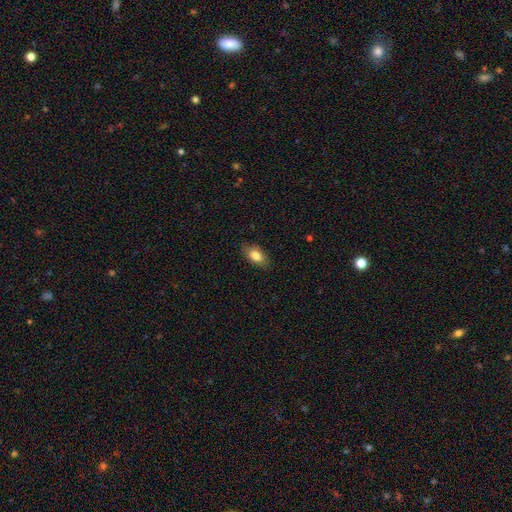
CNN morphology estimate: A smooth galaxy with no disk features (82%) that is in between round and cigar-shaped (90%).

Vote fractions:
- Smooth or featured? smooth: 82% / featured or disk: 11% / star or artifact: 7%
- How rounded? in between: 90% / round: 5% / cigar-shaped: 5%
- Merging? none: 84% / minor disturbance: 12% / major disturbance: 3% / merger: 1%